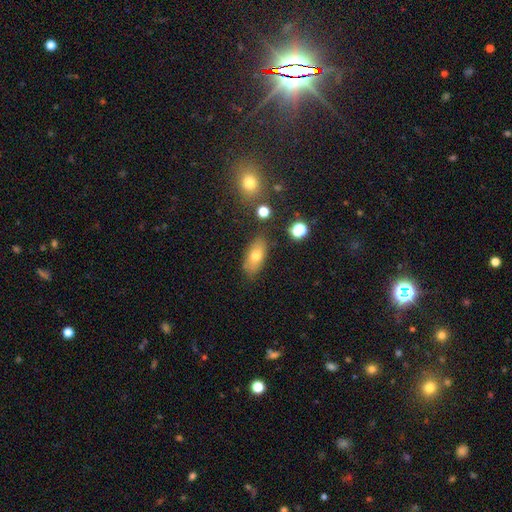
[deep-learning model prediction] The model was most divided on "smooth or featured": smooth: 72%, featured or disk: 18%, star or artifact: 10%. More confident: how rounded — in between (84%); merging — none (78%).